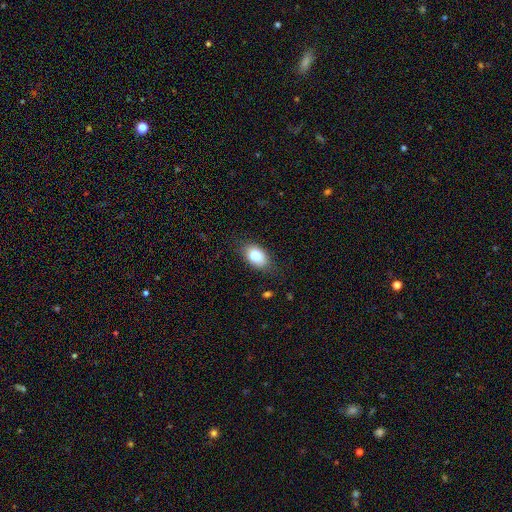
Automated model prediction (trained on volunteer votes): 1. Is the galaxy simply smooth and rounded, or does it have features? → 84% smooth, 9% featured or disk, 8% star or artifact.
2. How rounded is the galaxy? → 89% in between, 9% round, 2% cigar-shaped.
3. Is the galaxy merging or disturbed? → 81% none, 14% minor disturbance, 4% major disturbance, 1% merger.